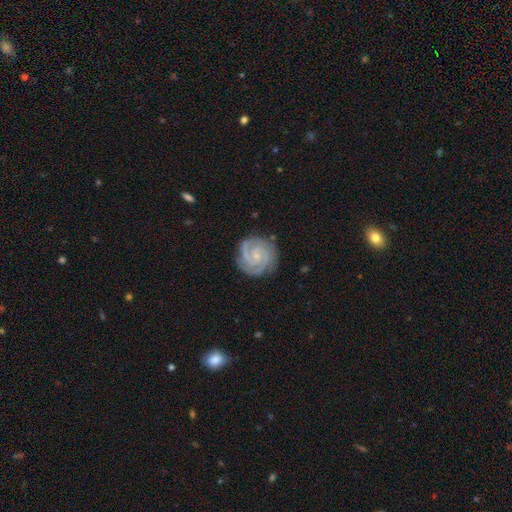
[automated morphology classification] A featured or disk galaxy (90%) with no bar (57%), 2 (63%) tight (74%) spiral arms (98%) and a small central bulge (75%). Merging: none (83%).